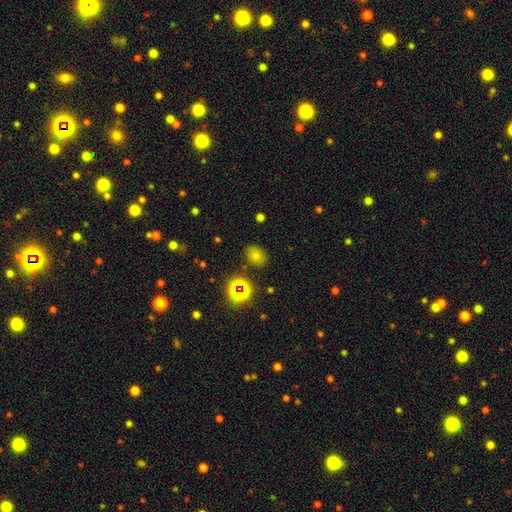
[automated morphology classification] Smooth or featured? Predicted: smooth (p=0.53). How rounded? Predicted: round (p=0.50). Merging? Predicted: none (p=0.84).